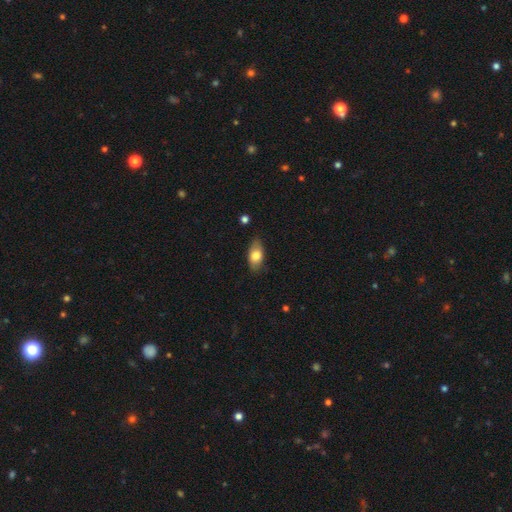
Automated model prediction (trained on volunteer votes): A smooth galaxy with no disk features (75%) that is in between round and cigar-shaped (88%).

Vote fractions:
- Smooth or featured? smooth: 75% / featured or disk: 18% / star or artifact: 7%
- How rounded? in between: 88% / cigar-shaped: 7% / round: 5%
- Merging? none: 80% / minor disturbance: 16% / major disturbance: 3% / merger: 1%